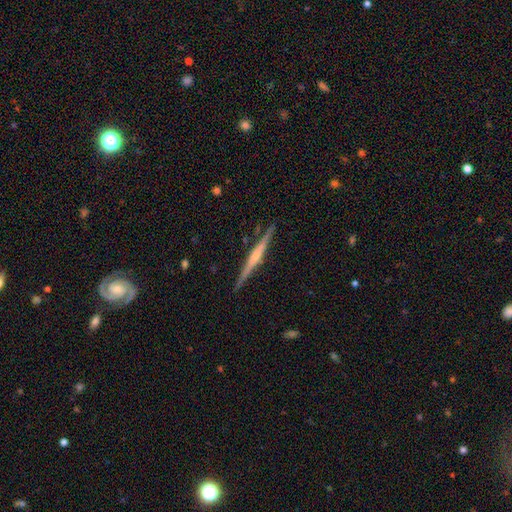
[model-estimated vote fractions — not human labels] This is likely a featured or disk galaxy (76%). It is clearly viewed edge-on (98%). Edge-on bulge: possibly rounded (53%). Merging: clearly none (90%).